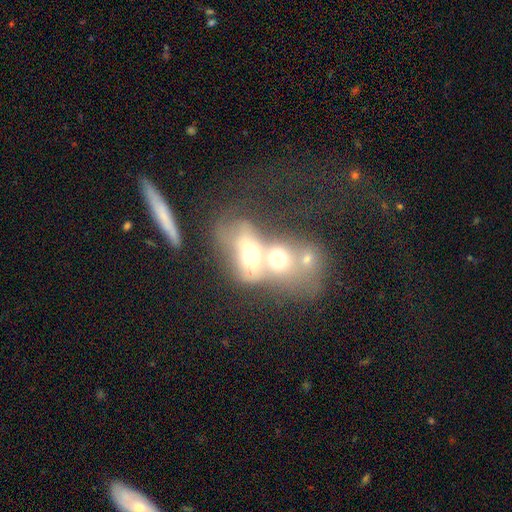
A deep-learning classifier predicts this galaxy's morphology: A smooth galaxy with no disk features (48%).

Vote fractions:
- Smooth or featured? smooth: 48% / featured or disk: 40% / star or artifact: 12%
- Merging? merger: 71% / none: 12% / major disturbance: 11% / minor disturbance: 6%